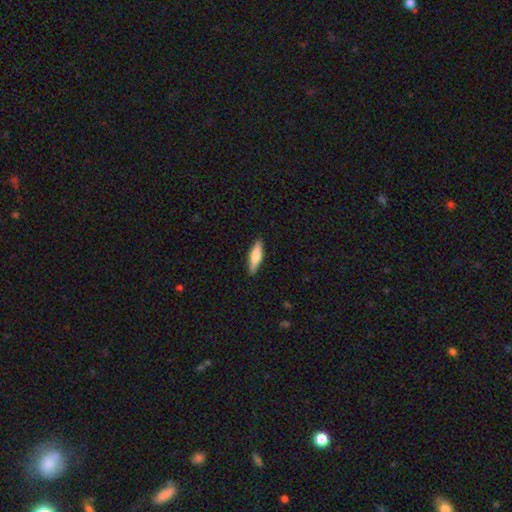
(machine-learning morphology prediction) A smooth galaxy with no disk features (56%) that is cigar-shaped (66%).

Vote fractions:
- Smooth or featured? smooth: 56% / featured or disk: 39% / star or artifact: 6%
- How rounded? cigar-shaped: 66% / in between: 32% / round: 2%
- Merging? none: 89% / minor disturbance: 8% / major disturbance: 2% / merger: 1%